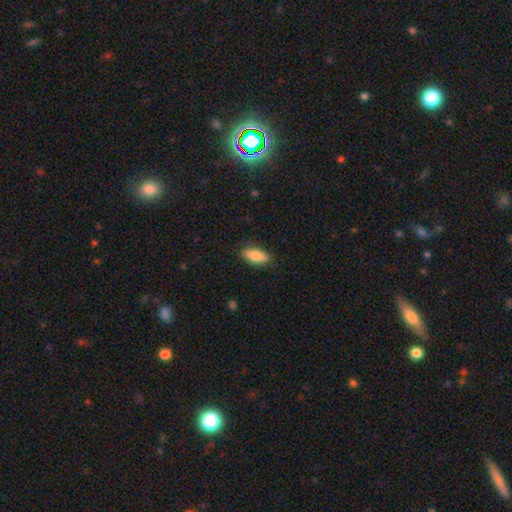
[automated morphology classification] Smooth or featured?
  - smooth: 84% *
  - featured or disk: 10%
  - star or artifact: 6%
How rounded?
  - in between: 81% *
  - cigar-shaped: 16%
  - round: 3%
Merging?
  - none: 86% *
  - minor disturbance: 11%
  - major disturbance: 2%
  - merger: 1%